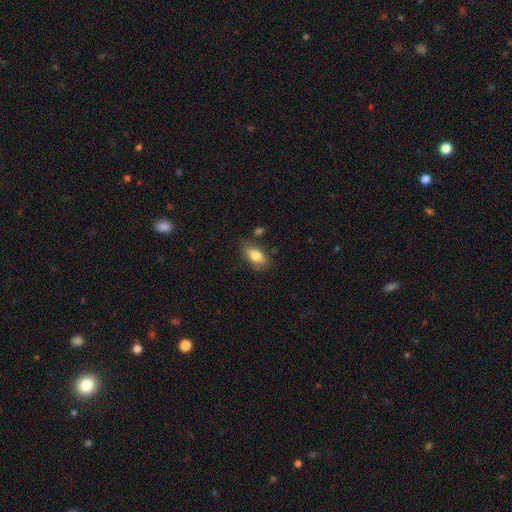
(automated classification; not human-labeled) Smooth or featured? Predicted: smooth (p=0.77). How rounded? Predicted: in between (p=0.88). Merging? Predicted: none (p=0.70).